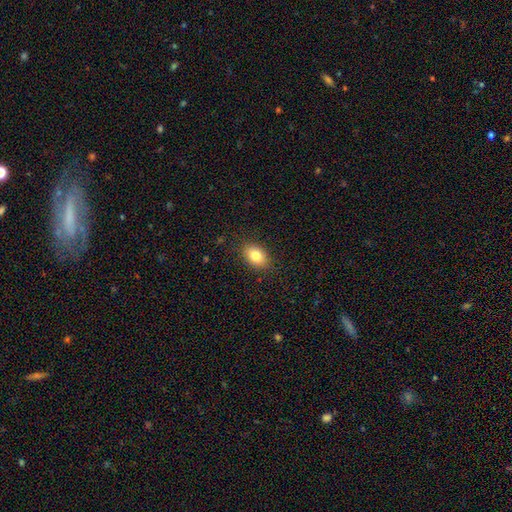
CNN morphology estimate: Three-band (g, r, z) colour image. It shows a smooth galaxy with no disk features (82%) that is in between round and cigar-shaped (81%). Merging: none (87%).